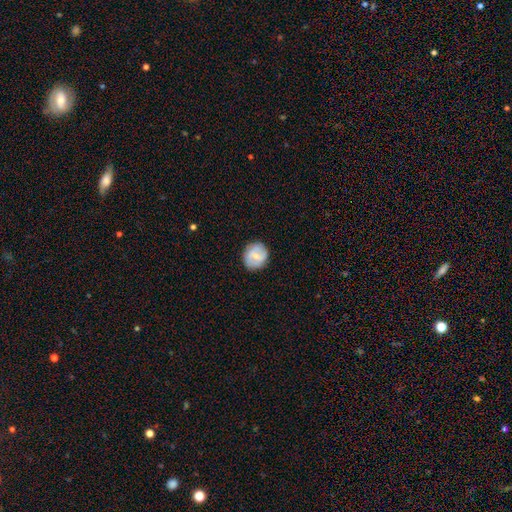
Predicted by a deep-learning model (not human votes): Smooth or featured? Predicted: smooth (p=0.53). How rounded? Predicted: round (p=0.81). Merging? Predicted: none (p=0.85).